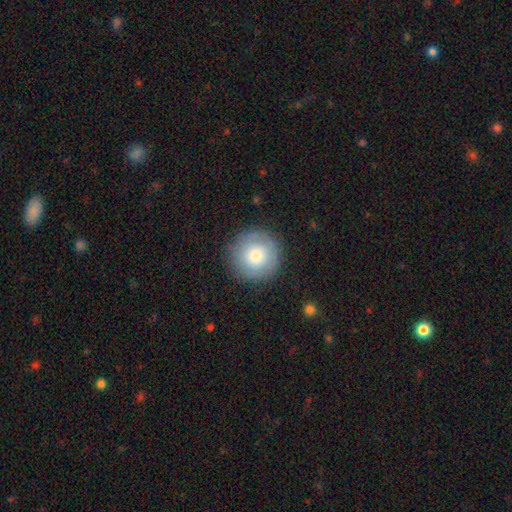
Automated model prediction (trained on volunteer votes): A smooth galaxy with no disk features (74%) that is round (96%).

Vote fractions:
- Smooth or featured? smooth: 74% / featured or disk: 17% / star or artifact: 8%
- How rounded? round: 96% / in between: 3% / cigar-shaped: 1%
- Merging? none: 88% / minor disturbance: 8% / major disturbance: 3% / merger: 1%